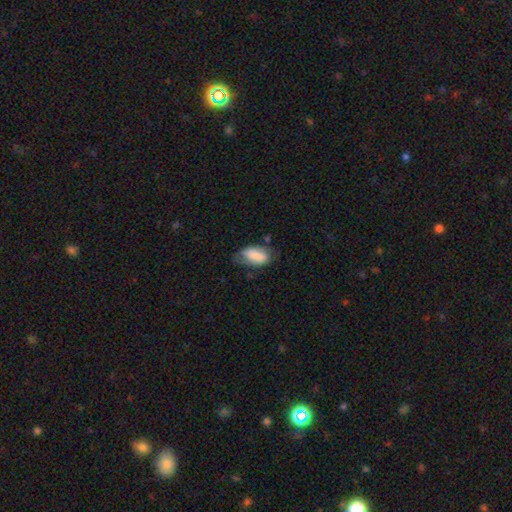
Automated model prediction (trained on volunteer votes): Q: Smooth or featured?
A: smooth (78%); runner-up: featured or disk (15%)
Q: How rounded?
A: in between (93%); runner-up: round (4%)
Q: Merging?
A: none (44%); runner-up: minor disturbance (37%)